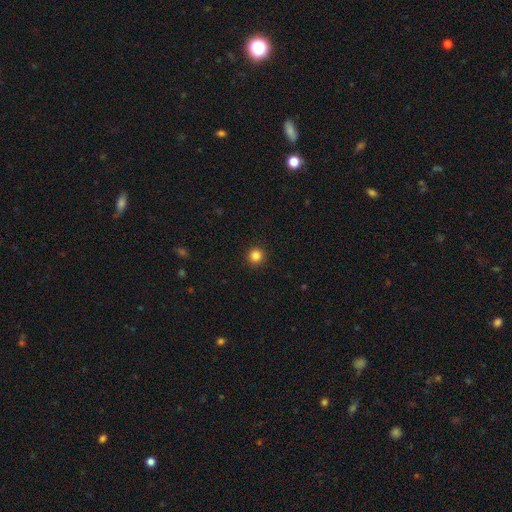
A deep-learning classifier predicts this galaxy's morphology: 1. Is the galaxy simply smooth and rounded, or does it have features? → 84% smooth, 12% star or artifact, 4% featured or disk.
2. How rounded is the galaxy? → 95% round, 4% in between, 1% cigar-shaped.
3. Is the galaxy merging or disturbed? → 93% none, 4% minor disturbance, 2% major disturbance, 1% merger.